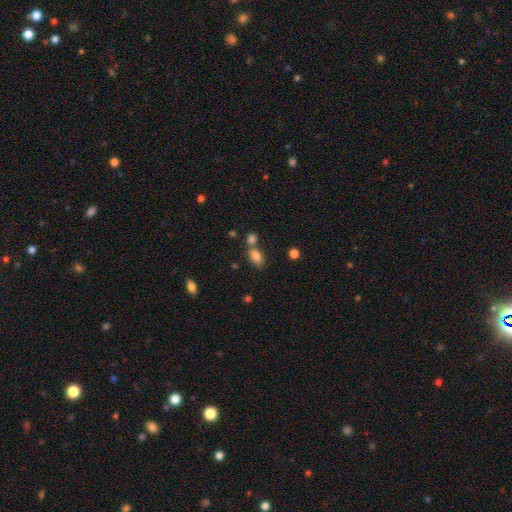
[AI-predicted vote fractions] Smooth or featured?
  - smooth: 83% *
  - star or artifact: 10%
  - featured or disk: 7%
How rounded?
  - in between: 88% *
  - round: 8%
  - cigar-shaped: 5%
Merging?
  - none: 50% *
  - merger: 33%
  - minor disturbance: 12%
  - major disturbance: 5%